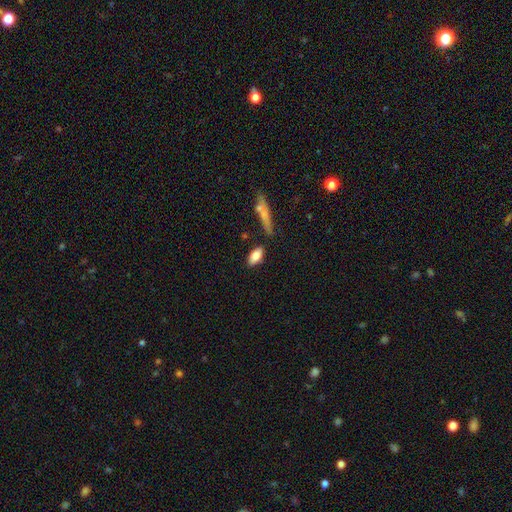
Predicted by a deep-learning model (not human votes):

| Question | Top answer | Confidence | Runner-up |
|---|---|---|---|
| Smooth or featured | smooth | 80% | featured or disk (13%) |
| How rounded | in between | 85% | cigar-shaped (12%) |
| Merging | none | 80% | minor disturbance (13%) |